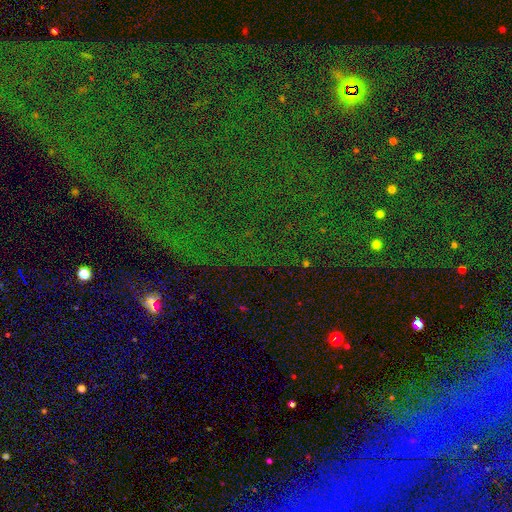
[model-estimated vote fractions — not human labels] Smooth or featured?
  - star or artifact: 80% *
  - featured or disk: 10%
  - smooth: 10%